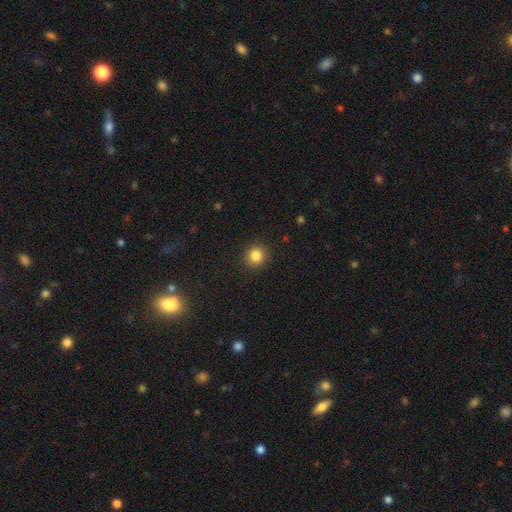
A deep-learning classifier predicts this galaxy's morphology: The model was most divided on "smooth or featured": smooth: 84%, star or artifact: 11%, featured or disk: 5%. More confident: merging — none (90%); how rounded — round (89%).